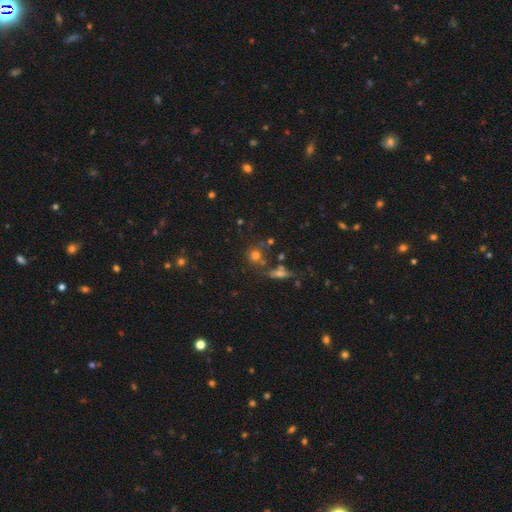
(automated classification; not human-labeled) smooth_or_featured: smooth (p=0.68) [alt: star or artifact p=0.20]
how_rounded: round (p=0.84) [alt: in between p=0.14]
merging: none (p=0.62) [alt: merger p=0.19]